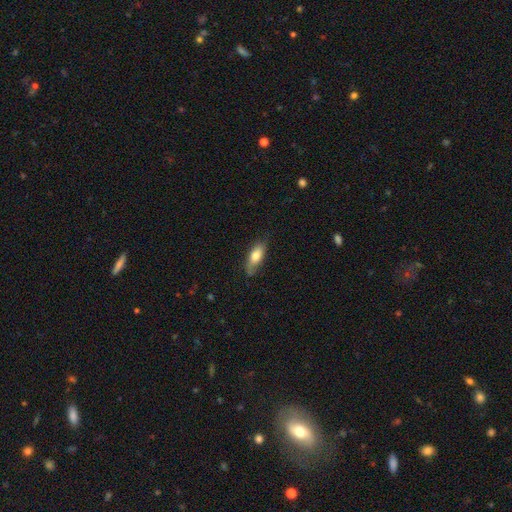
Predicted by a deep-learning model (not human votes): smooth 71%, featured or disk 23%, star or artifact 6%. Down the decision tree: how rounded — in between (72%); merging — none (70%).